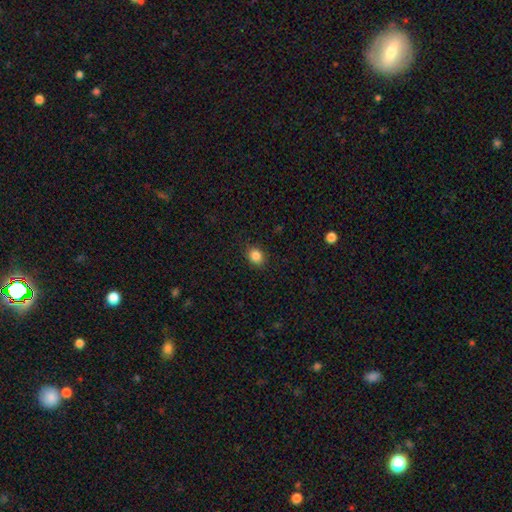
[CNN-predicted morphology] Q: Smooth or featured?
A: smooth (86%); runner-up: star or artifact (10%)
Q: How rounded?
A: round (60%); runner-up: in between (39%)
Q: Merging?
A: none (88%); runner-up: minor disturbance (9%)